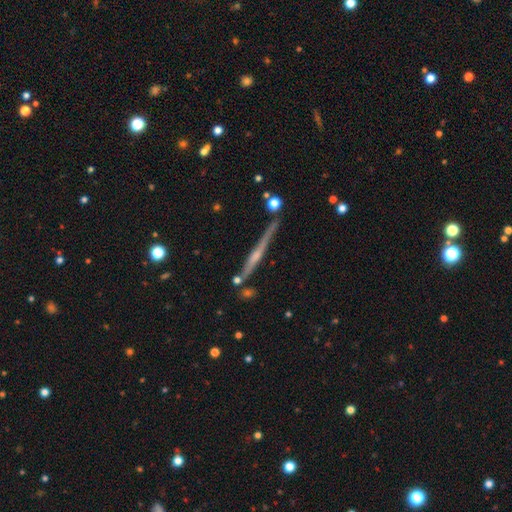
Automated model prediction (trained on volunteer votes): Smooth or featured? Predicted: featured or disk (p=0.74). Edge-on disk? Predicted: yes (p=0.97). Edge-on bulge? Predicted: rounded (p=0.56). Merging? Predicted: none (p=0.78).